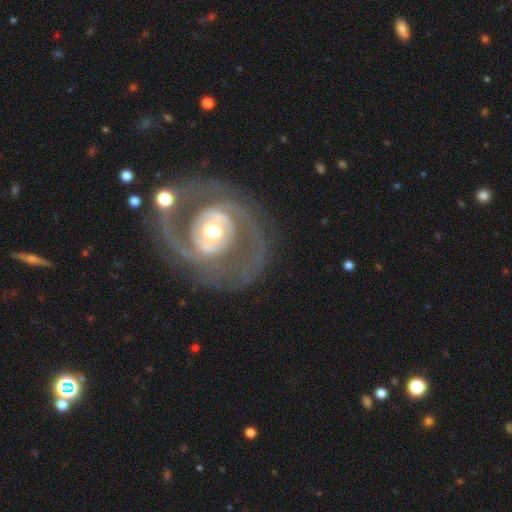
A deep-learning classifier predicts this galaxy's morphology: smooth-or-featured: featured or disk: 86% | smooth: 9% | star or artifact: 6%
  disk-edge-on: no: 97% | yes: 3%
    bar: no: 48% | weak: 31% | strong: 20%
    has-spiral-arms: yes: 86% | no: 14%
      spiral-winding: tight: 45% | medium: 41% | loose: 14%
      spiral-arm-count: 2: 77% | can't tell: 9% | 1: 5% | 3: 5% | 4: 2% | more than 4: 2%
    bulge-size: moderate: 52% | small: 35% | large: 10% | dominant: 2% | none: 1%
  merging: none: 70% | minor disturbance: 13% | major disturbance: 12% | merger: 5%